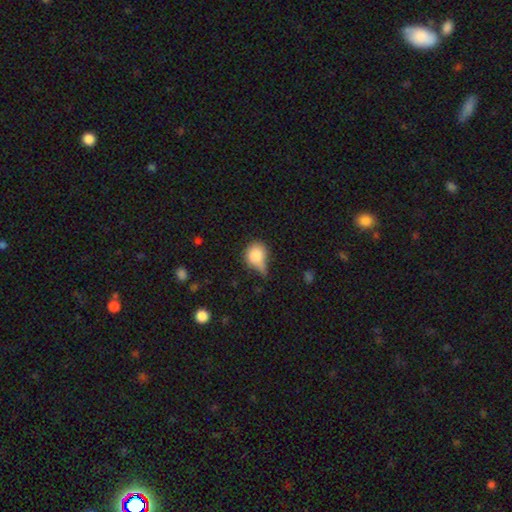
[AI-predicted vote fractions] Q: Smooth or featured?
A: smooth (80%); runner-up: featured or disk (11%)
Q: How rounded?
A: round (62%); runner-up: in between (37%)
Q: Merging?
A: minor disturbance (39%); runner-up: none (30%)